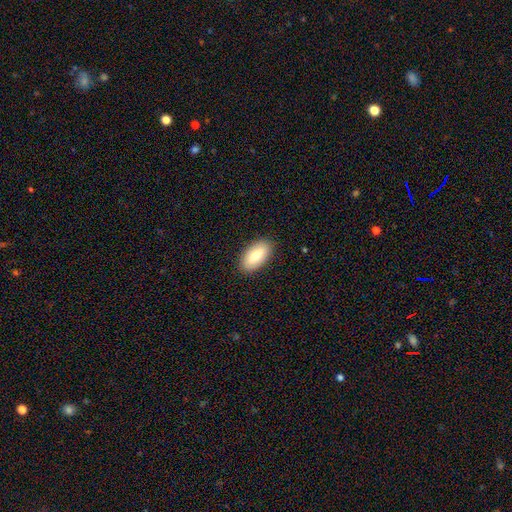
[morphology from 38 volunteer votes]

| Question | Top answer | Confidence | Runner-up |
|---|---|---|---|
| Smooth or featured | smooth | 79% | featured or disk (18%) |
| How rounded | in between | 97% | cigar-shaped (3%) |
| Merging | none | 89% | minor disturbance (8%) |